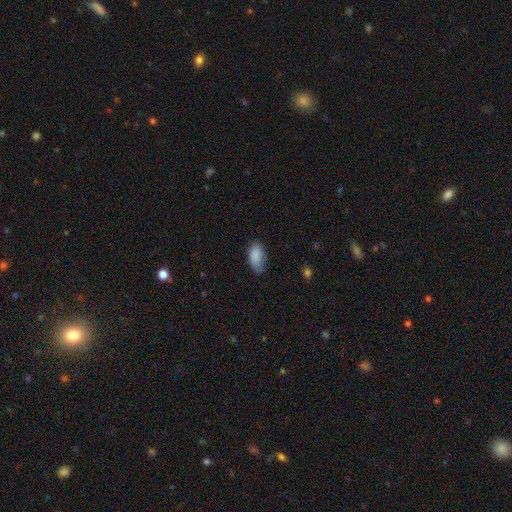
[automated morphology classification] A smooth galaxy with no disk features (88%) that is in between round and cigar-shaped (93%).

Vote fractions:
- Smooth or featured? smooth: 88% / star or artifact: 7% / featured or disk: 5%
- How rounded? in between: 93% / cigar-shaped: 4% / round: 3%
- Merging? none: 69% / minor disturbance: 25% / major disturbance: 5% / merger: 1%